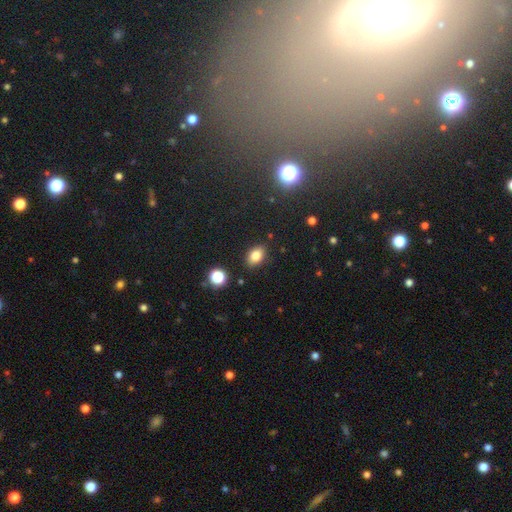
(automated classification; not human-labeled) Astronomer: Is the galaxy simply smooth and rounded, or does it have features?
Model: smooth — 81%.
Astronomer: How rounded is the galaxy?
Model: in between — 84%.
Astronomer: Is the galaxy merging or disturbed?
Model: none — 85%.